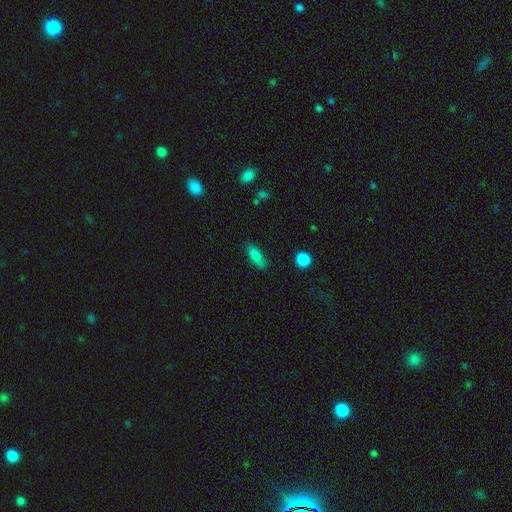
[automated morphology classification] smooth-or-featured: smooth: 82% | featured or disk: 9% | star or artifact: 9%
  how-rounded: in between: 71% | cigar-shaped: 26% | round: 3%
  merging: none: 70% | minor disturbance: 22% | major disturbance: 6% | merger: 3%